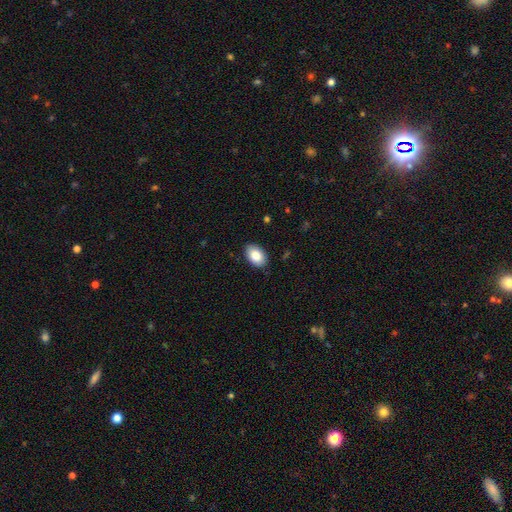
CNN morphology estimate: type=smooth (86%); roundness=in between (90%); merging=none (87%).